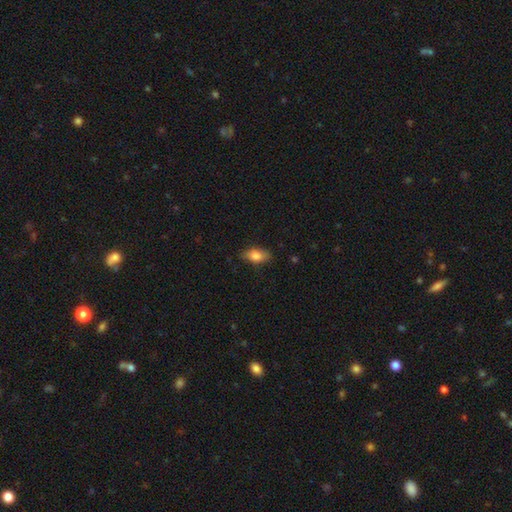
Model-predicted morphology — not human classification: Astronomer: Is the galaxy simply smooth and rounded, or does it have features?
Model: smooth — 82%.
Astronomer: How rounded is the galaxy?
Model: in between — 87%.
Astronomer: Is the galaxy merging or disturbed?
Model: none — 83%.